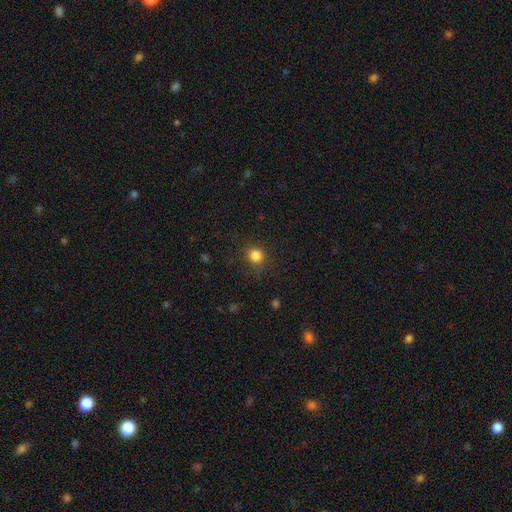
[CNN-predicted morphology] smooth_or_featured: smooth (p=0.83) [alt: star or artifact p=0.13]
how_rounded: round (p=0.91) [alt: in between p=0.08]
merging: none (p=0.86) [alt: minor disturbance p=0.09]